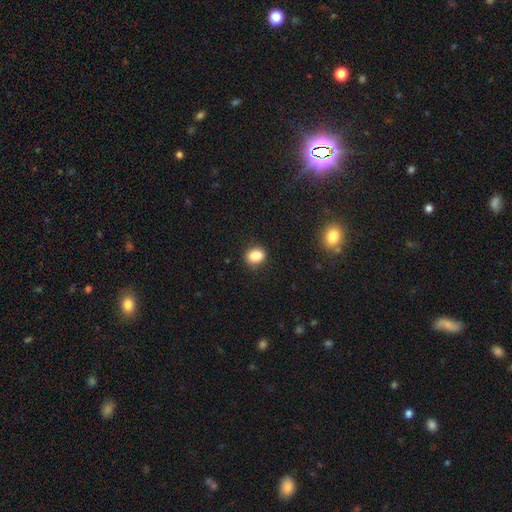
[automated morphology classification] This appears to be a smooth galaxy with no disk features (86%) that is in between round and cigar-shaped (60%). Merging: none (85%).